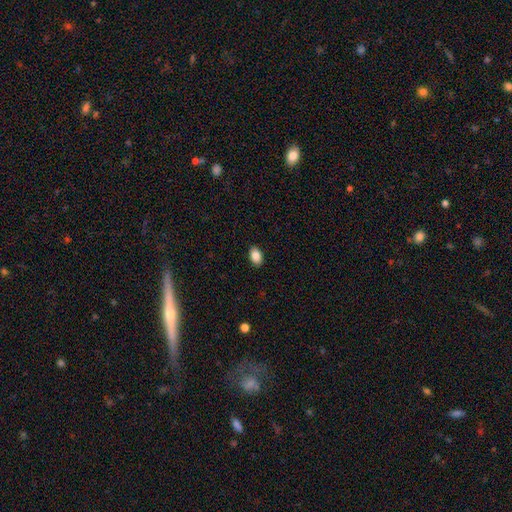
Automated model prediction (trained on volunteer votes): smooth-or-featured: smooth: 87% | star or artifact: 8% | featured or disk: 5%
  how-rounded: in between: 90% | round: 8% | cigar-shaped: 1%
  merging: none: 90% | minor disturbance: 7% | major disturbance: 2% | merger: 1%